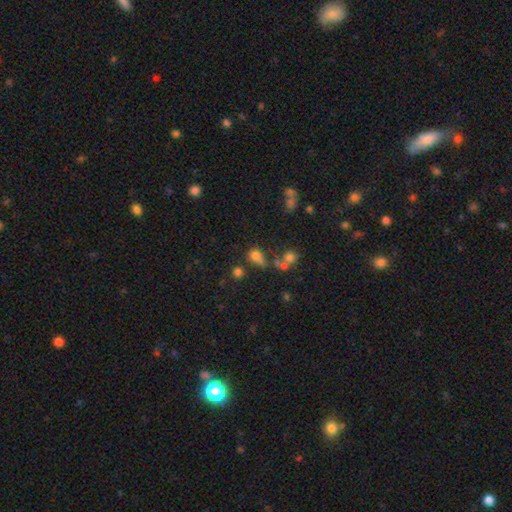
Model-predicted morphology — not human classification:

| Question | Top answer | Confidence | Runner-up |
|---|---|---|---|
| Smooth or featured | smooth | 69% | star or artifact (19%) |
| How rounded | round | 57% | in between (40%) |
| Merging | none | 37% | merger (29%) |